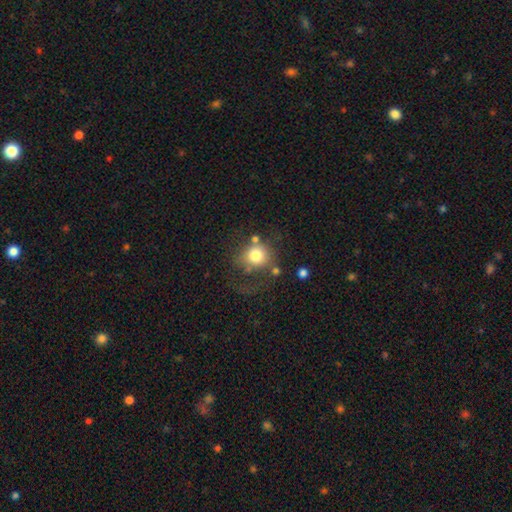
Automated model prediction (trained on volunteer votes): The model was most divided on "merging": none: 47%, major disturbance: 21%, minor disturbance: 19%, merger: 12%. More confident: how rounded — round (84%); smooth or featured — smooth (75%).